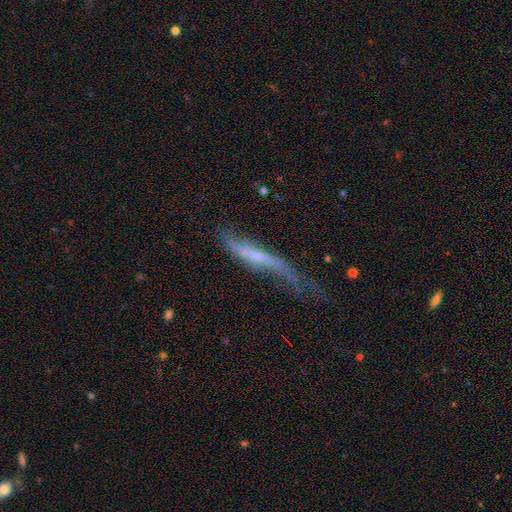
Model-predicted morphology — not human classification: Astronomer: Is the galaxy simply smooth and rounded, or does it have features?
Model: featured or disk — 59%.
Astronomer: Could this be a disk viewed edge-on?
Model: yes — 57% (runner-up: no, 43%).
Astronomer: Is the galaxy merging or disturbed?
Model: major disturbance — 35% (runner-up: none, 31%).